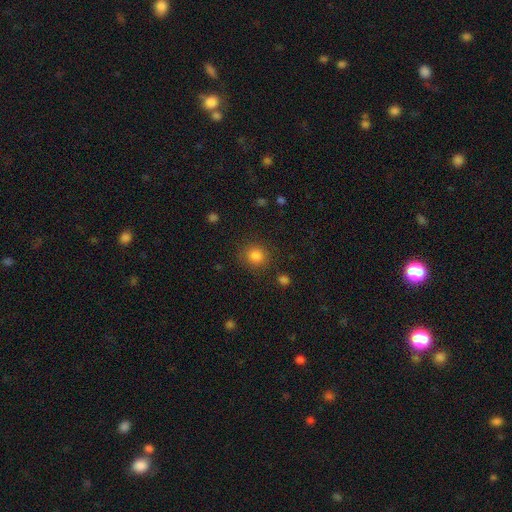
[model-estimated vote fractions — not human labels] smooth-or-featured: smooth: 84% | star or artifact: 12% | featured or disk: 4%
  how-rounded: round: 88% | in between: 11% | cigar-shaped: 1%
  merging: none: 86% | minor disturbance: 8% | major disturbance: 3% | merger: 2%